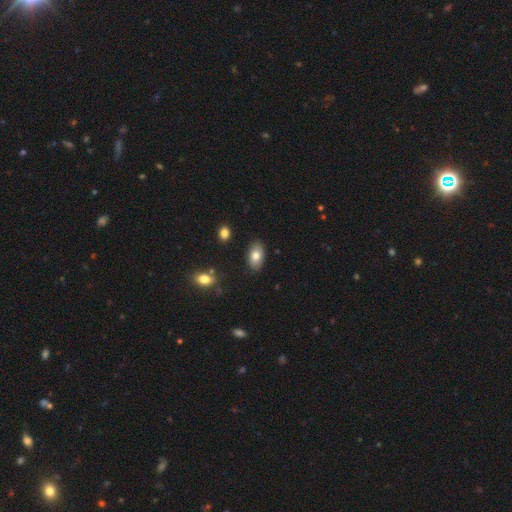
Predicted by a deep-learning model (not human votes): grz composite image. It shows a smooth galaxy with no disk features (80%) that is in between round and cigar-shaped (93%). Merging: none (86%).